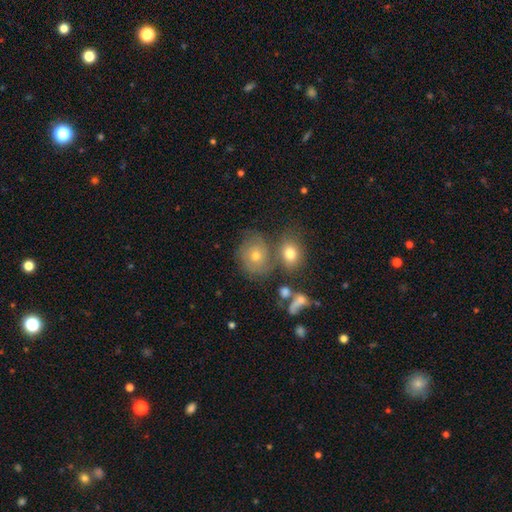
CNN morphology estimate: Smooth or featured: smooth — 49% (featured or disk — 38%)
Merging: none — 52% (merger — 22%)